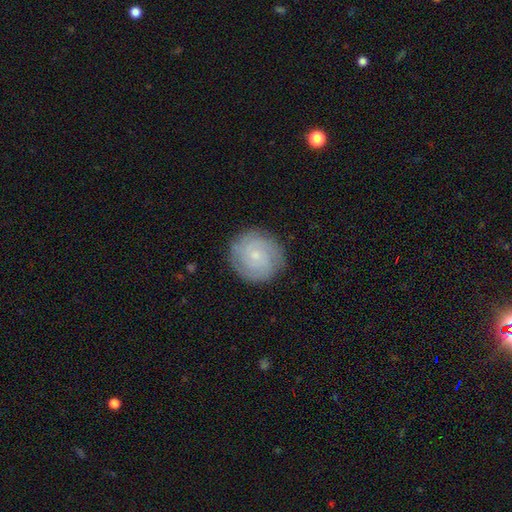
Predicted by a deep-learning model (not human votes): Q: Smooth or featured?
A: featured or disk (61%); runner-up: smooth (32%)
Q: Edge-on disk?
A: no (98%); runner-up: yes (2%)
Q: Bar?
A: no (75%); runner-up: weak (22%)
Q: Spiral arms?
A: yes (91%); runner-up: no (9%)
Q: Spiral winding?
A: tight (75%); runner-up: medium (20%)
Q: Spiral arm count?
A: can't tell (37%); runner-up: 2 (23%)
Q: Bulge size?
A: small (77%); runner-up: moderate (18%)
Q: Merging?
A: none (86%); runner-up: minor disturbance (10%)